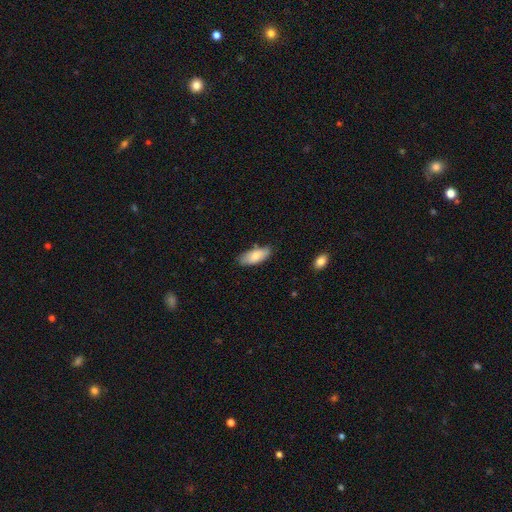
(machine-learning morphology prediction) type=smooth (81%); roundness=in between (84%); merging=none (75%).